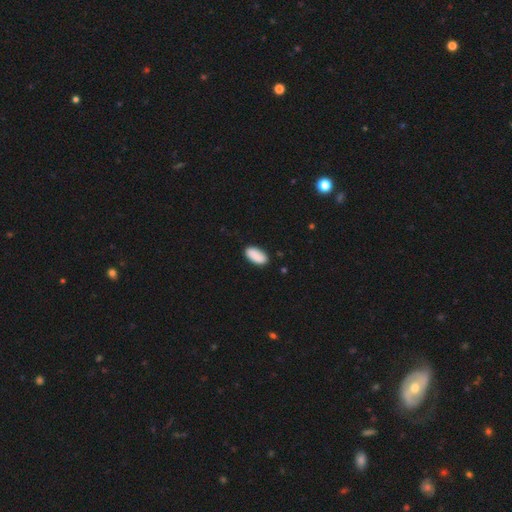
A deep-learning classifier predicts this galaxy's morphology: Smooth or featured? Predicted: smooth (p=0.90). How rounded? Predicted: in between (p=0.93). Merging? Predicted: none (p=0.87).